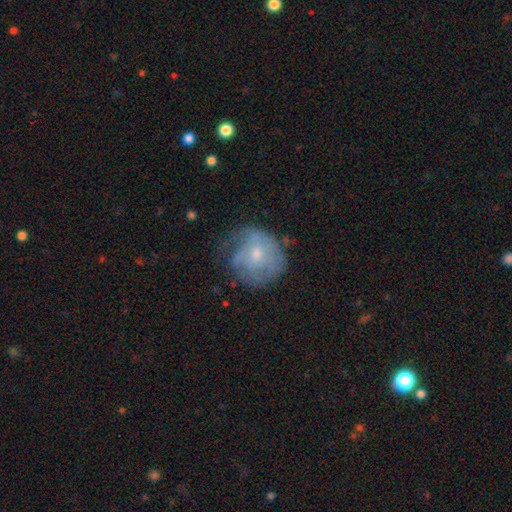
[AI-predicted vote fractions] Overall: featured or disk (54%; smooth 31%). Edge-on disk: no (96%). Bar: no (72%). Spiral arms: yes (73%). Bulge size: small (54%; moderate 41%). Merging: none (65%).